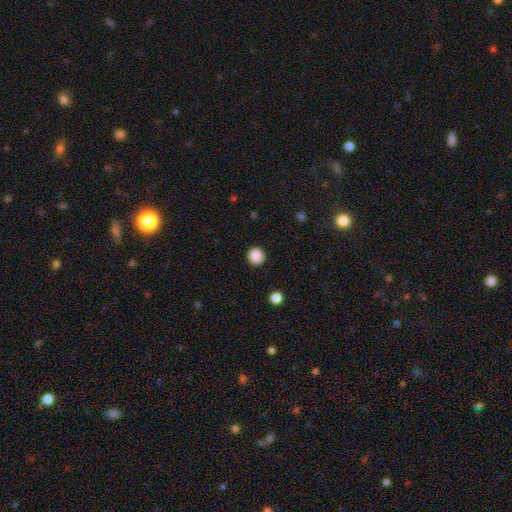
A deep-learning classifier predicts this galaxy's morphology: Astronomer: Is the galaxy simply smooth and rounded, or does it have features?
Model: smooth — 88%.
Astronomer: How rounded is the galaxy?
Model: round — 92%.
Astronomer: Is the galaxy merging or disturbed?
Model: none — 90%.